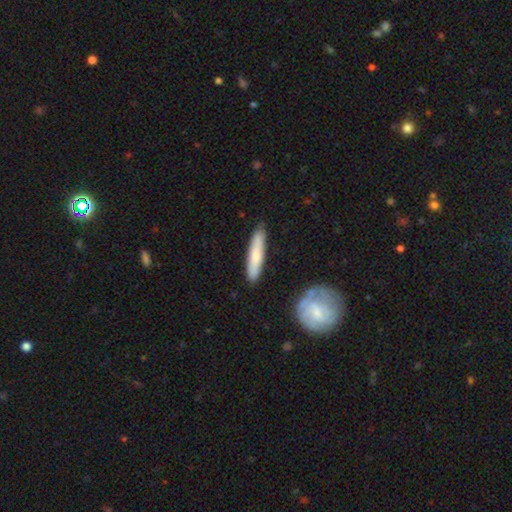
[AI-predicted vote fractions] Smooth or featured? smooth (68%)
How rounded? cigar-shaped (88%)
Merging? none (85%)